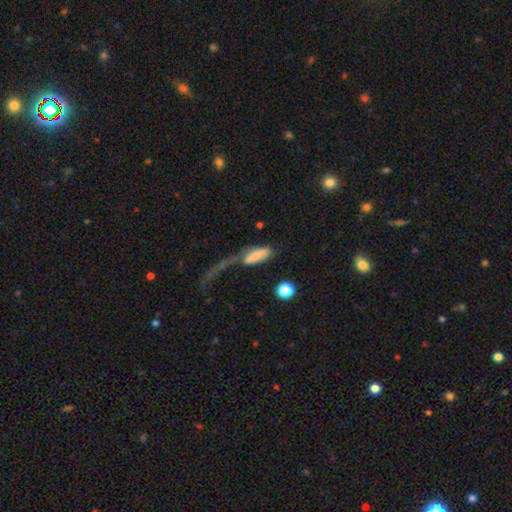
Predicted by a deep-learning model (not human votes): A smooth galaxy with no disk features (69%) that is in between round and cigar-shaped (73%). Merging: major disturbance (51%).